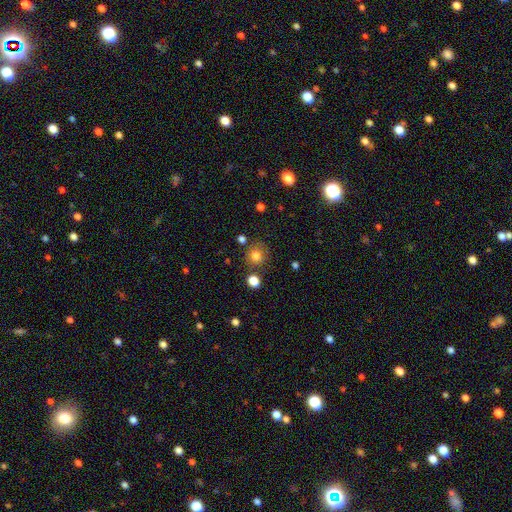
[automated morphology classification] type=smooth (79%); roundness=round (87%); merging=none (78%).